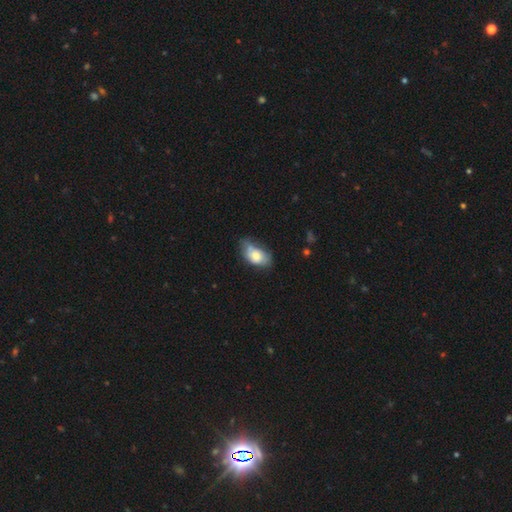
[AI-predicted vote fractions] Q: Smooth or featured?
A: smooth (69%); runner-up: featured or disk (24%)
Q: How rounded?
A: in between (91%); runner-up: round (7%)
Q: Merging?
A: none (44%); runner-up: minor disturbance (39%)